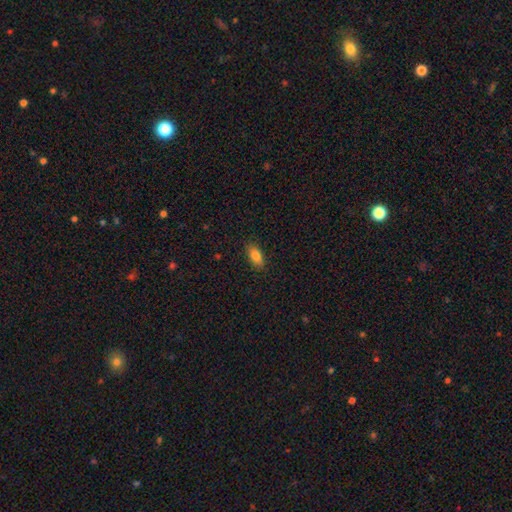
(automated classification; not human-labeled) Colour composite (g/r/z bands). It shows a smooth galaxy with no disk features (84%) that is in between round and cigar-shaped (87%). Merging: none (87%).